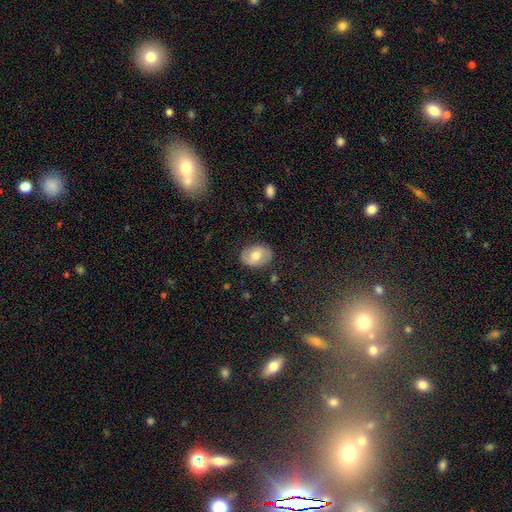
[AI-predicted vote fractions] This appears to be a smooth galaxy with no disk features (60%) that is in between round and cigar-shaped (76%). Merging: none (83%).